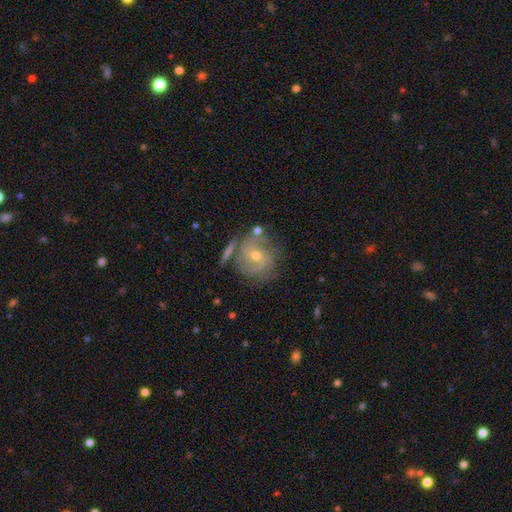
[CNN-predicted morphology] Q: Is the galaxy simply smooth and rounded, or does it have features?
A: featured or disk — 73%.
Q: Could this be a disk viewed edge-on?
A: no — 96%.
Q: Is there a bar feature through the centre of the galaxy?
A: no — 58%.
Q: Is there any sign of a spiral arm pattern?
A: yes — 87%.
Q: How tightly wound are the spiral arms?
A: tight — 53%.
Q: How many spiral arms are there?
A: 2 — 37%.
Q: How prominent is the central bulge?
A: small — 53%.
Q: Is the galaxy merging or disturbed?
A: none — 63%.